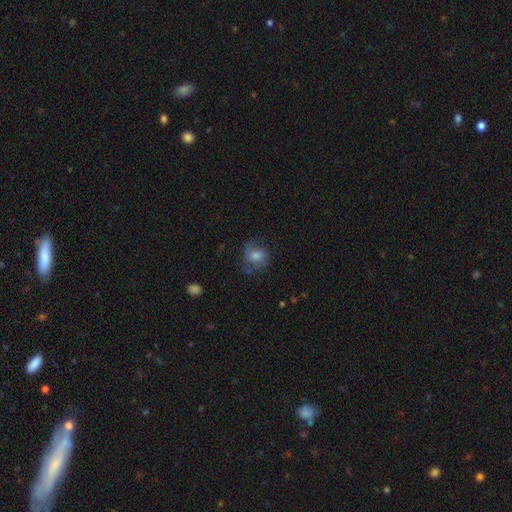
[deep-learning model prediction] Smooth or featured? Predicted: featured or disk (p=0.59). Edge-on disk? Predicted: no (p=0.97). Bar? Predicted: no (p=0.66). Spiral arms? Predicted: yes (p=0.90). Spiral winding? Predicted: medium (p=0.49). Spiral arm count? Predicted: 2 (p=0.68). Bulge size? Predicted: moderate (p=0.54). Merging? Predicted: none (p=0.64).